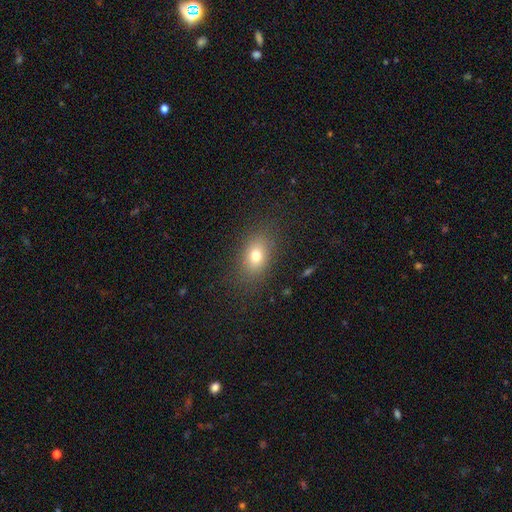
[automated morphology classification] smooth-or-featured: smooth: 75% | star or artifact: 13% | featured or disk: 12%
  how-rounded: in between: 73% | round: 25% | cigar-shaped: 2%
  merging: none: 84% | minor disturbance: 10% | major disturbance: 5% | merger: 1%